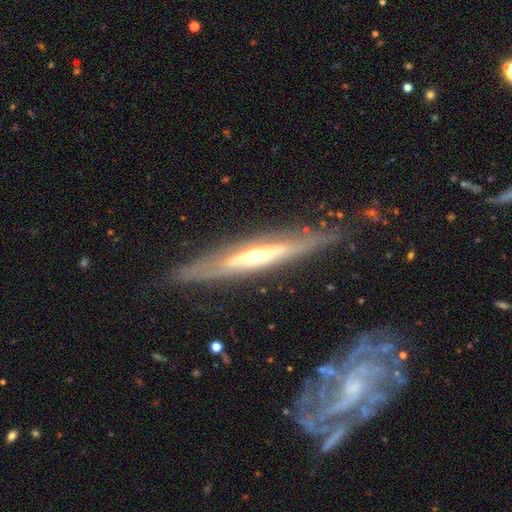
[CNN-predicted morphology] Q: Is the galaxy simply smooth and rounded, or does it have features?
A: featured or disk — 79%.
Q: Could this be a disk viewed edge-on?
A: yes — 73%.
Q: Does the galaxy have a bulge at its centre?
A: rounded — 72%.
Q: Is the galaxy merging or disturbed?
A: none — 80%.